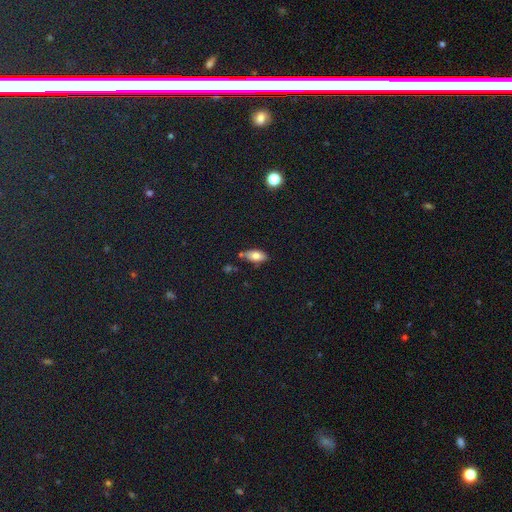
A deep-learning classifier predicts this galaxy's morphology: smooth-or-featured: smooth: 77% | featured or disk: 13% | star or artifact: 10%
  how-rounded: in between: 89% | cigar-shaped: 7% | round: 4%
  merging: none: 72% | minor disturbance: 18% | merger: 6% | major disturbance: 4%